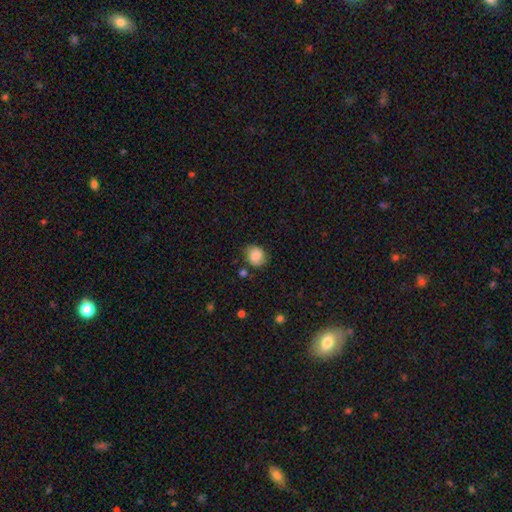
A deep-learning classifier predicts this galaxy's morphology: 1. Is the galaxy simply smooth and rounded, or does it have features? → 81% smooth, 11% featured or disk, 9% star or artifact.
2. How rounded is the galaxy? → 75% round, 24% in between, 1% cigar-shaped.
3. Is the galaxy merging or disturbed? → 74% none, 18% minor disturbance, 4% major disturbance, 3% merger.